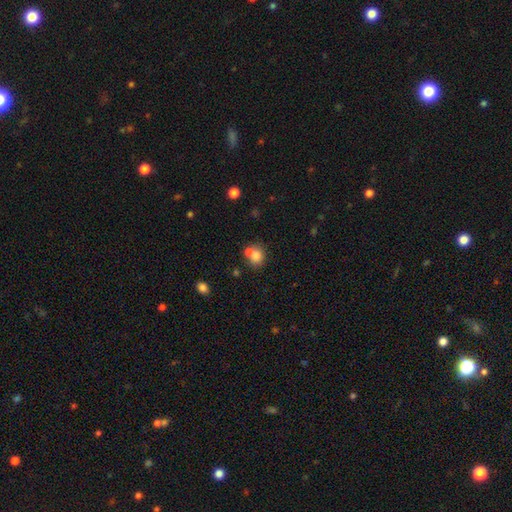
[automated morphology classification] Overall: smooth (77%). How rounded: round (77%). Merging: none (51%; merger 35%).